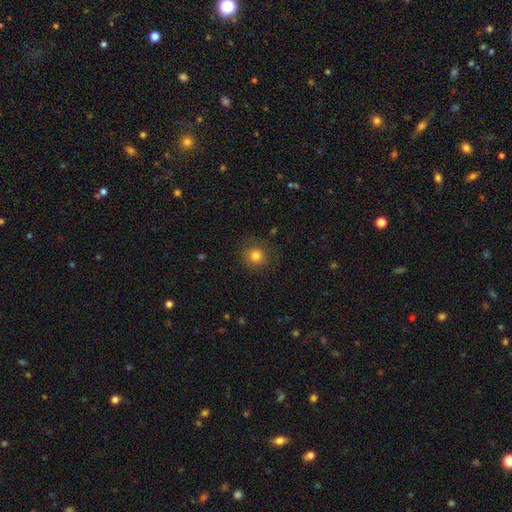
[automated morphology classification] Smooth or featured? Predicted: smooth (p=0.80). How rounded? Predicted: round (p=0.88). Merging? Predicted: none (p=0.84).